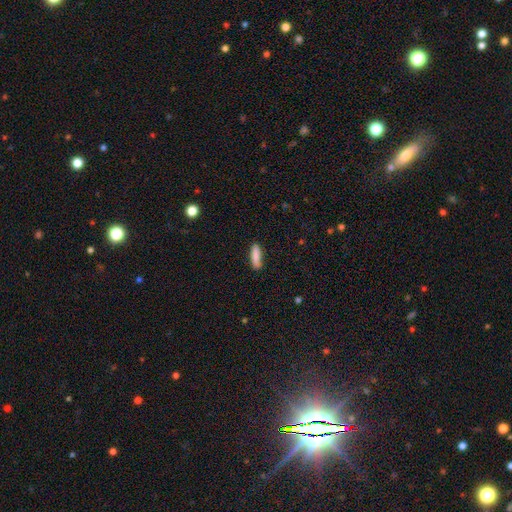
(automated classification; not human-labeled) The model was most divided on "how rounded": cigar-shaped: 69%, in between: 30%, round: 2%. More confident: smooth or featured — smooth (85%); merging — none (82%).